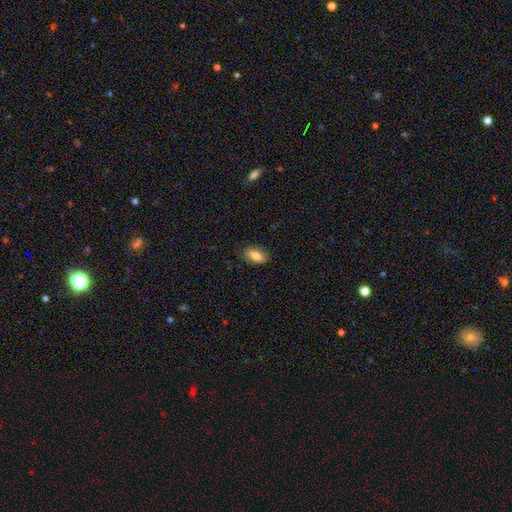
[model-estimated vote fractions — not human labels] A smooth galaxy with no disk features (81%) that is in between round and cigar-shaped (87%). Merging: none (82%).